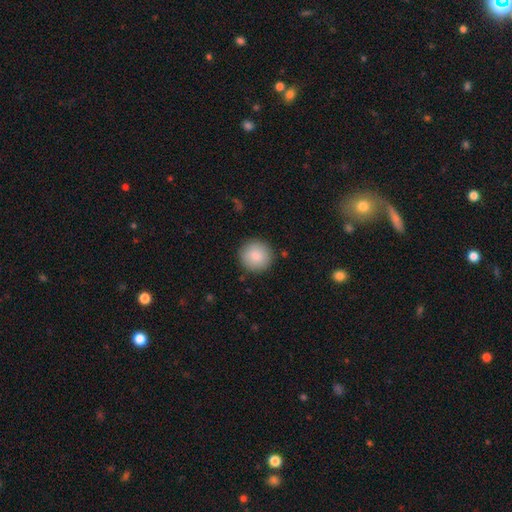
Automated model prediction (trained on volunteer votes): Smooth or featured?
  - smooth: 88% *
  - star or artifact: 7%
  - featured or disk: 5%
How rounded?
  - round: 94% *
  - in between: 5%
  - cigar-shaped: 1%
Merging?
  - none: 90% *
  - minor disturbance: 7%
  - major disturbance: 2%
  - merger: 1%